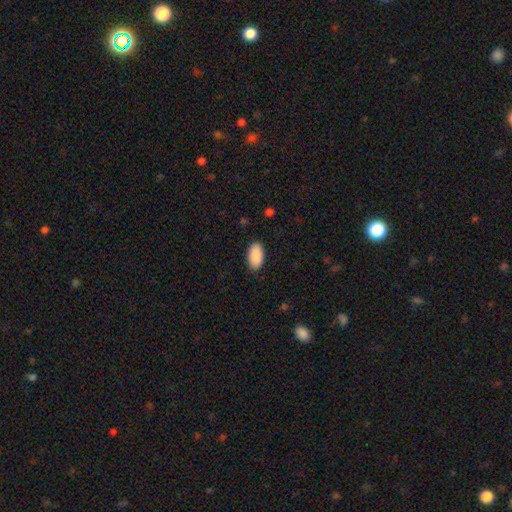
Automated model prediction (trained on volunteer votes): Smooth or featured? smooth (91%)
How rounded? in between (96%)
Merging? none (88%)